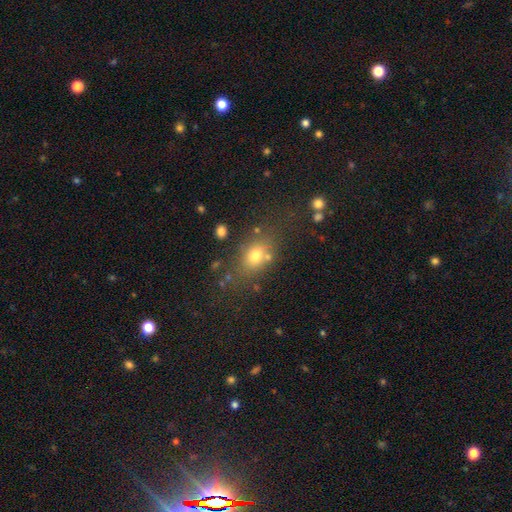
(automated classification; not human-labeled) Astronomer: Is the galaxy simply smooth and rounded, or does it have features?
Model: smooth — 73%.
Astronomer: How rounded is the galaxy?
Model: in between — 64%.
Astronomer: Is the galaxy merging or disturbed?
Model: none — 69%.